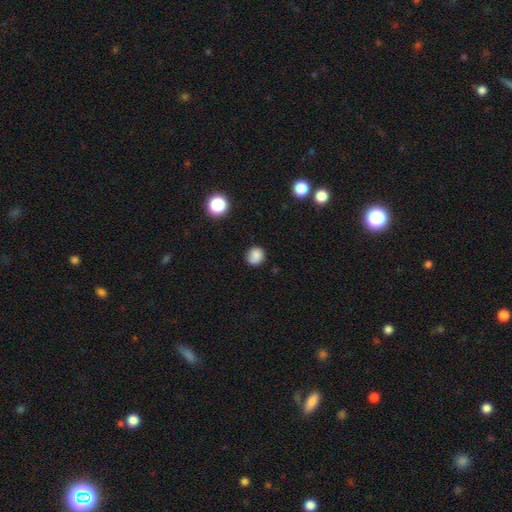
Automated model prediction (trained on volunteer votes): smooth_or_featured: smooth (p=0.82) [alt: star or artifact p=0.11]
how_rounded: round (p=0.85) [alt: in between p=0.15]
merging: none (p=0.79) [alt: minor disturbance p=0.15]